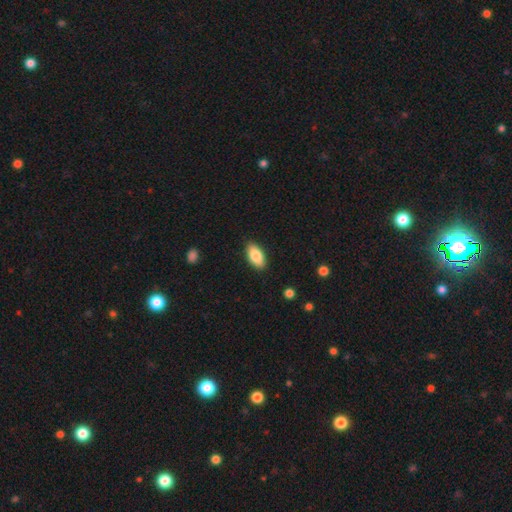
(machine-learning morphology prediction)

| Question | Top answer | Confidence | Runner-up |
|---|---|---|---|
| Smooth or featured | smooth | 85% | featured or disk (8%) |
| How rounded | in between | 92% | cigar-shaped (5%) |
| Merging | none | 88% | minor disturbance (9%) |